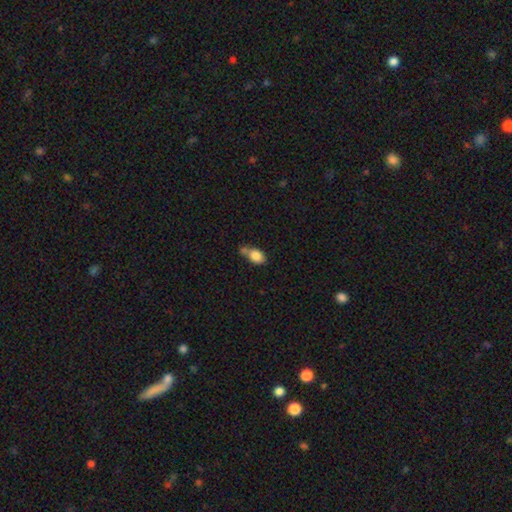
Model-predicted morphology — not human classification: smooth_or_featured: smooth (p=0.82) [alt: featured or disk p=0.09]
how_rounded: in between (p=0.81) [alt: round p=0.17]
merging: none (p=0.38) [alt: merger p=0.36]